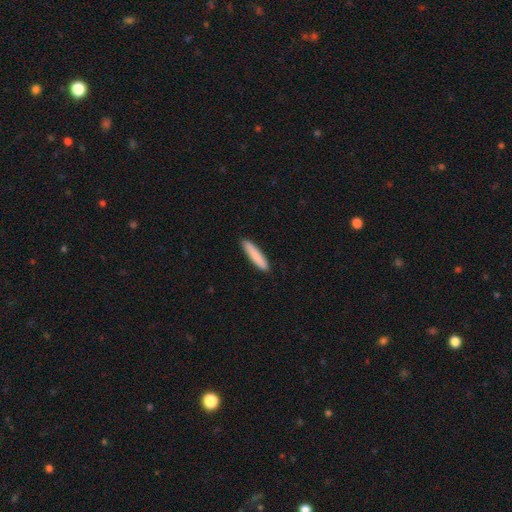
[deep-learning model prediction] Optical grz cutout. It shows a smooth galaxy with no disk features (85%) that is cigar-shaped (89%). Merging: none (90%).